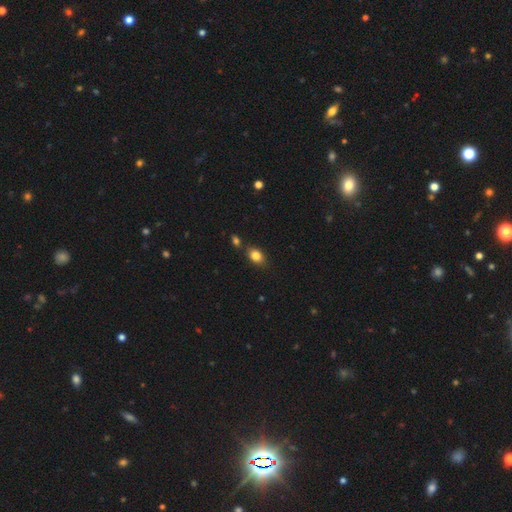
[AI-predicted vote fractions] Morphology: type=smooth (83%); roundness=in between (74%); merging=none (74%).